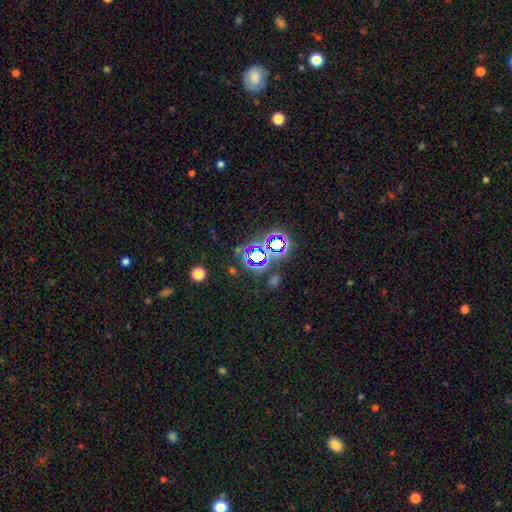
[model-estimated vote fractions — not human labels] Overall: star or artifact (68%).